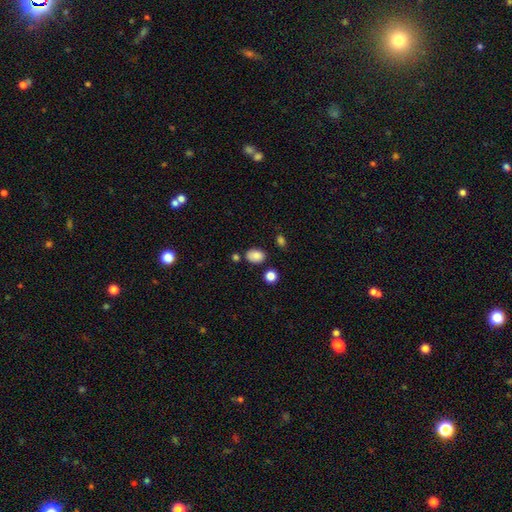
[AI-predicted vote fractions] Overall: smooth (85%). How rounded: in between (78%). Merging: none (77%).